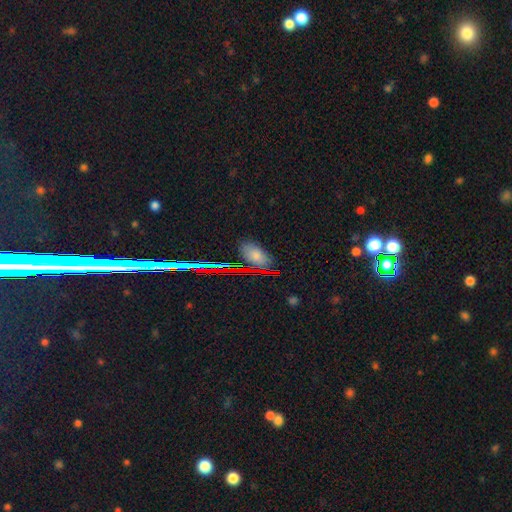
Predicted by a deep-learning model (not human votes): Smooth or featured? Predicted: smooth (p=0.70). How rounded? Predicted: in between (p=0.90). Merging? Predicted: none (p=0.79).